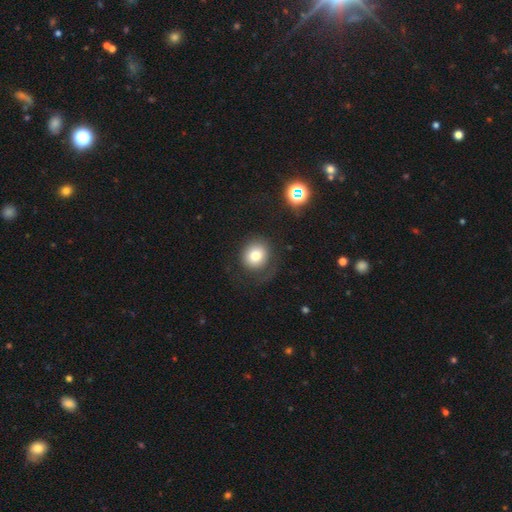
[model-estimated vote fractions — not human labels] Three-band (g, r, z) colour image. It shows a smooth galaxy with no disk features (76%) that is round (81%). Merging: none (70%).